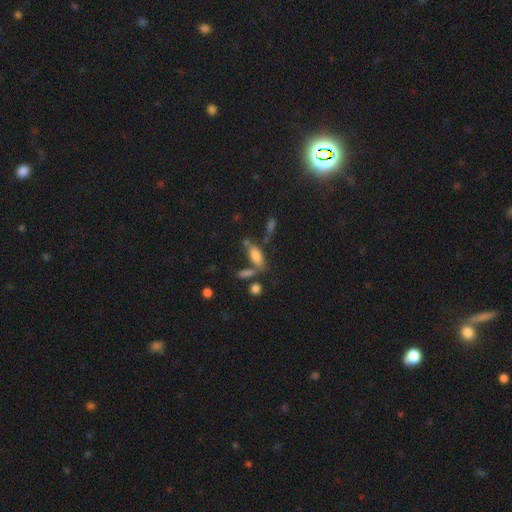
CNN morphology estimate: The model was most divided on "merging": none: 55%, merger: 21%, minor disturbance: 16%, major disturbance: 8%. More confident: smooth or featured — smooth (75%); how rounded — in between (73%).